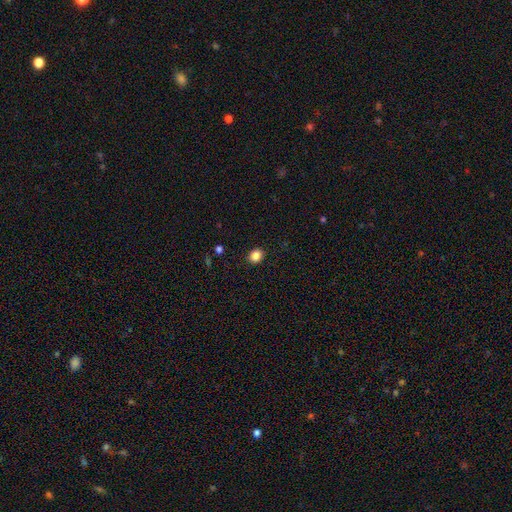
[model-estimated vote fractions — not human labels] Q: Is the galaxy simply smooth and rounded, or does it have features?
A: smooth — 86%.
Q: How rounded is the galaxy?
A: round — 62%.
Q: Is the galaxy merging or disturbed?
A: none — 90%.